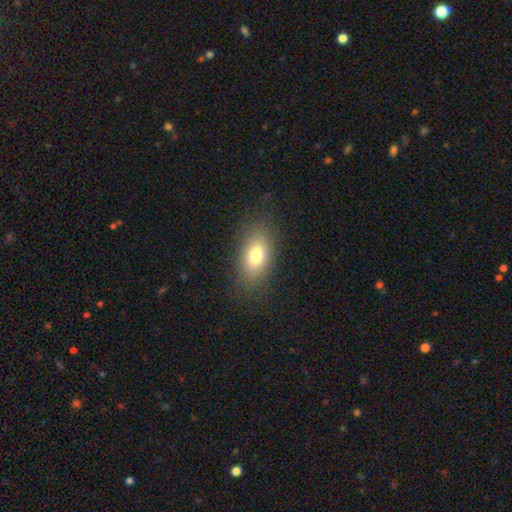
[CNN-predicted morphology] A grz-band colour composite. It shows a smooth galaxy with no disk features (75%) that is in between round and cigar-shaped (85%). Merging: none (83%).